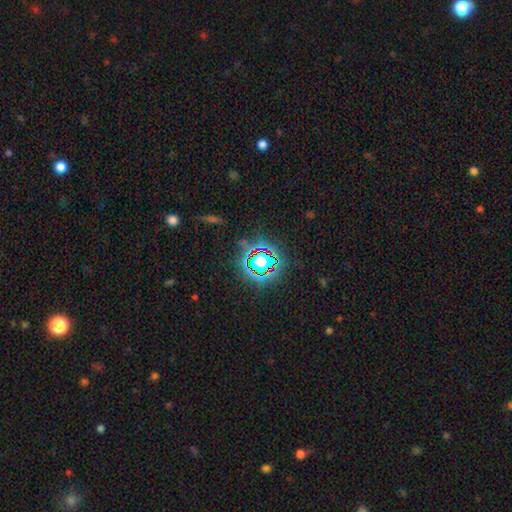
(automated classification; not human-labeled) smooth_or_featured: star or artifact (p=0.81) [alt: smooth p=0.11]